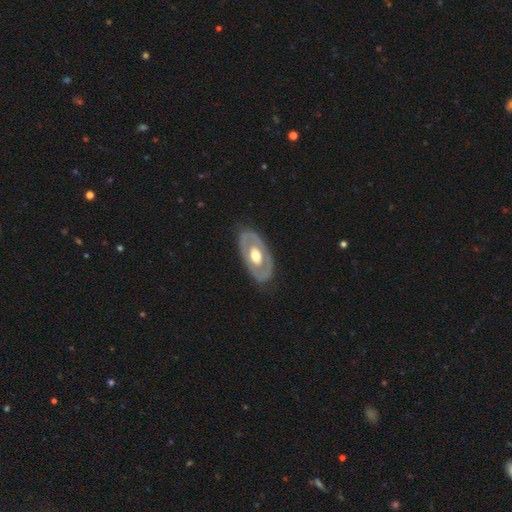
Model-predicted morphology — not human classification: A featured or disk galaxy (62%) with no bar (84%), no spiral arms (86%) and a moderate central bulge (61%). Merging: none (83%).